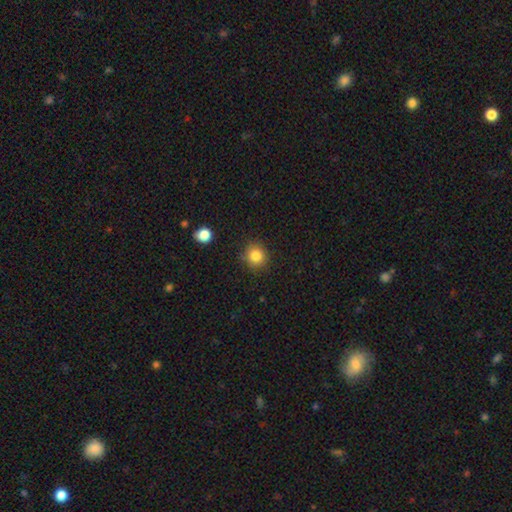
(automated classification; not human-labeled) This is clearly a smooth galaxy (84%). How rounded: clearly round (89%). Merging: clearly none (86%).